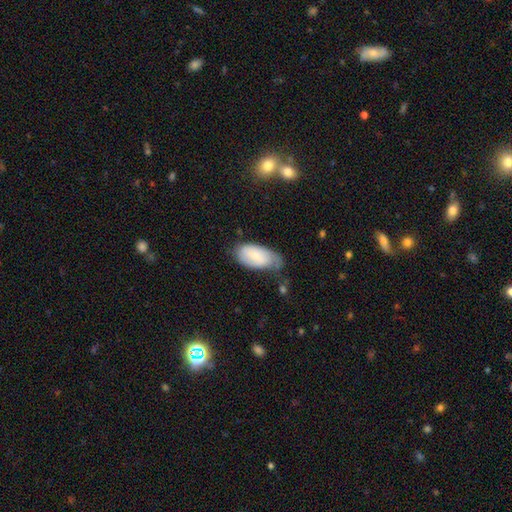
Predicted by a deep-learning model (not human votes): A smooth galaxy with no disk features (65%) that is in between round and cigar-shaped (94%).

Vote fractions:
- Smooth or featured? smooth: 65% / featured or disk: 28% / star or artifact: 7%
- How rounded? in between: 94% / cigar-shaped: 3% / round: 3%
- Merging? none: 42% / minor disturbance: 39% / major disturbance: 16% / merger: 4%